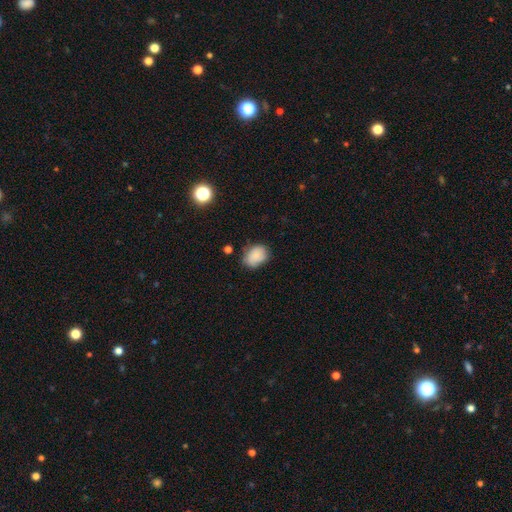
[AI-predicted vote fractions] This is clearly a smooth galaxy (85%). How rounded: likely in between (70%). Merging: likely none (66%).